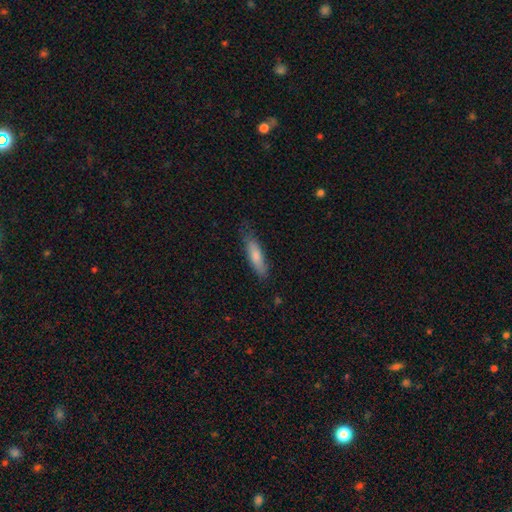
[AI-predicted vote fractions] smooth 75%, featured or disk 19%, star or artifact 6%. Down the decision tree: how rounded — cigar-shaped (65%); merging — none (74%).